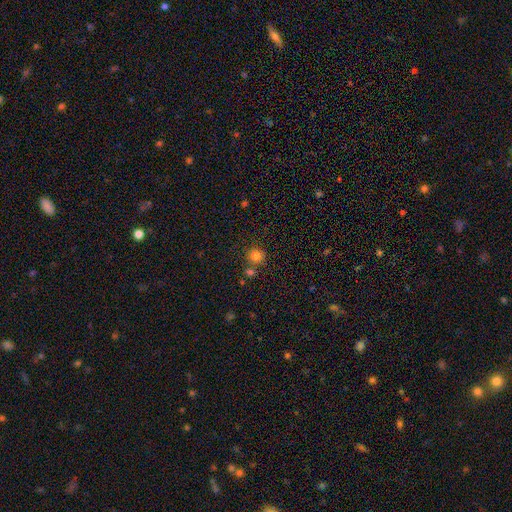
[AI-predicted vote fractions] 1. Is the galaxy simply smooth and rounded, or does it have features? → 82% smooth, 13% star or artifact, 5% featured or disk.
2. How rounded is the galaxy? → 91% round, 8% in between, 1% cigar-shaped.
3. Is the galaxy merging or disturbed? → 73% none, 16% merger, 8% minor disturbance, 3% major disturbance.